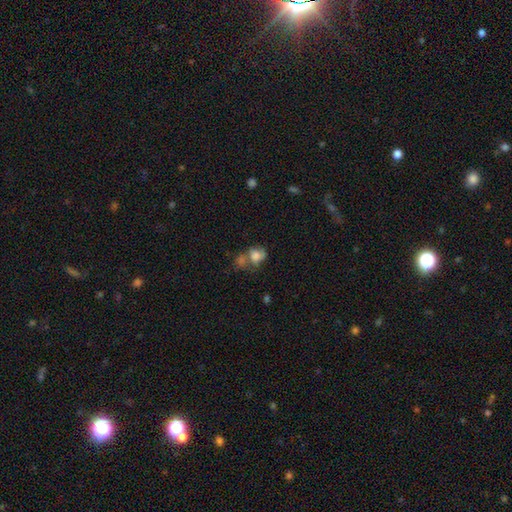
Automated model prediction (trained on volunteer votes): Morphology: type=smooth (65%); roundness=in between (51%); merging=merger (43%).